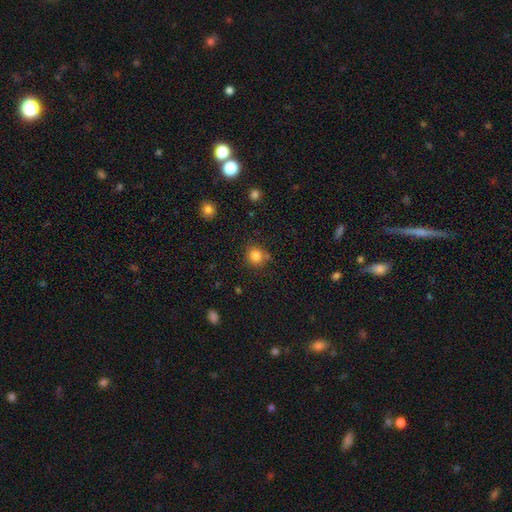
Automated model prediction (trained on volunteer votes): A smooth galaxy with no disk features (83%) that is round (88%).

Vote fractions:
- Smooth or featured? smooth: 83% / star or artifact: 12% / featured or disk: 5%
- How rounded? round: 88% / in between: 12% / cigar-shaped: 1%
- Merging? none: 77% / minor disturbance: 13% / merger: 7% / major disturbance: 4%